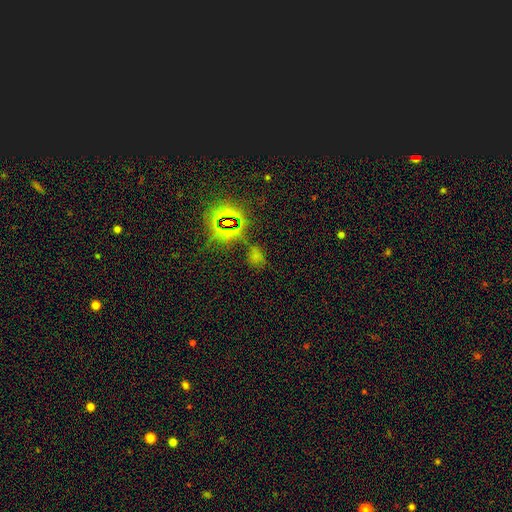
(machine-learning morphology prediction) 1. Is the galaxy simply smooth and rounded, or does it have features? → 52% star or artifact, 41% smooth, 8% featured or disk.